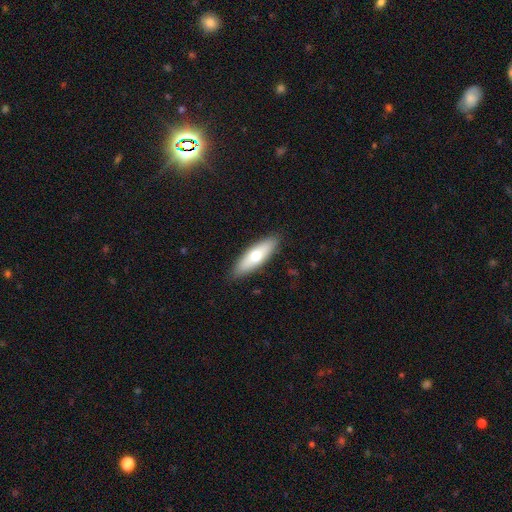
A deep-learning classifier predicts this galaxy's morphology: This appears to be a smooth galaxy with no disk features (63%) that is in between round and cigar-shaped (52%). Merging: none (88%).